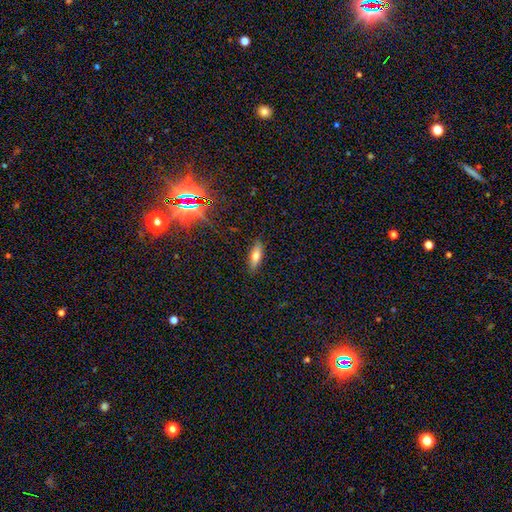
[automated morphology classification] smooth 67%, featured or disk 22%, star or artifact 11%. Down the decision tree: how rounded — in between (58%); merging — none (88%).